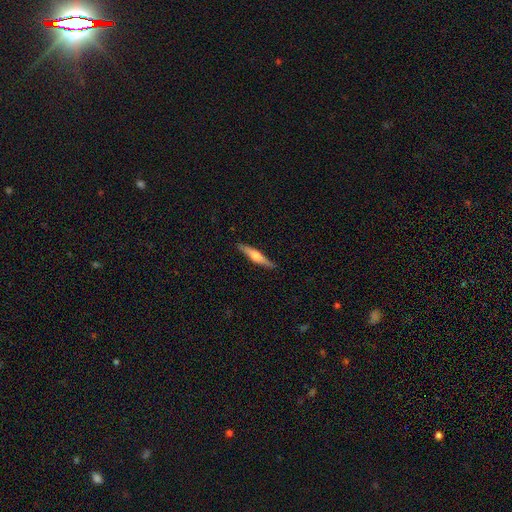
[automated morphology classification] Overall: featured or disk (58%; smooth 37%). Edge-on disk: yes (96%). Edge-on bulge: rounded (90%). Merging: none (90%).